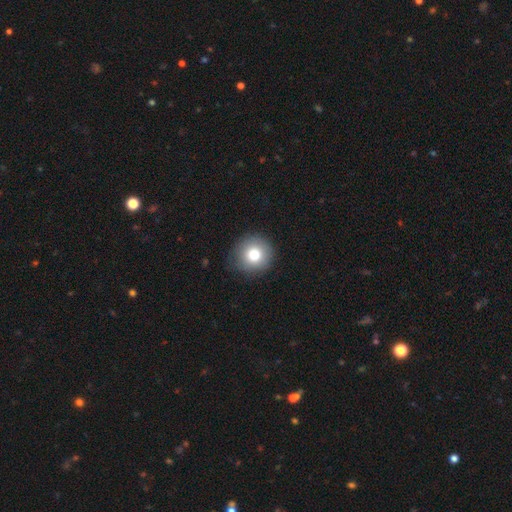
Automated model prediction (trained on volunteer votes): Morphology: type=smooth (80%); roundness=round (92%); merging=none (85%).